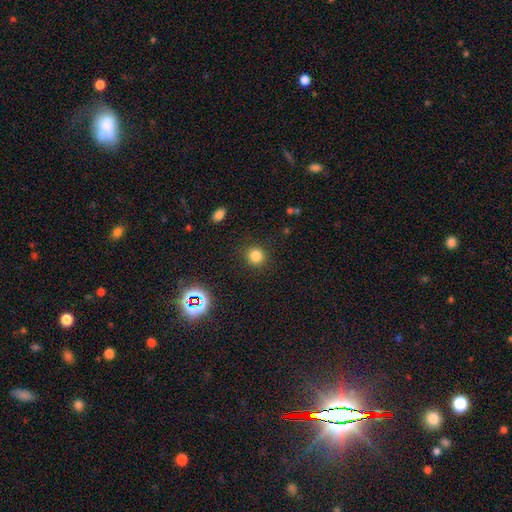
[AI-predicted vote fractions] This is clearly a smooth galaxy (80%). How rounded: clearly round (91%). Merging: clearly none (89%).